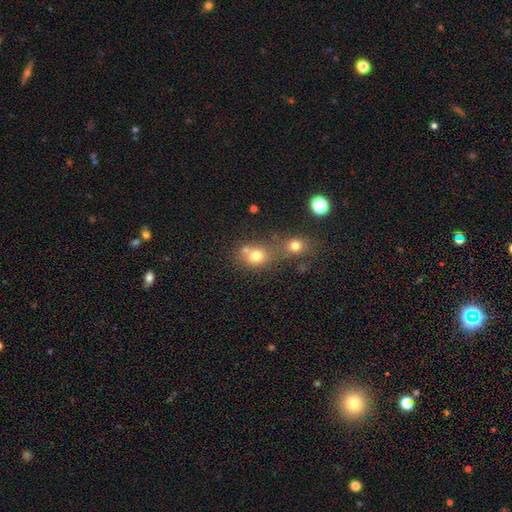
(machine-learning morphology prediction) smooth 76%, star or artifact 14%, featured or disk 11%. Down the decision tree: how rounded — round (69%); merging — merger (46%).